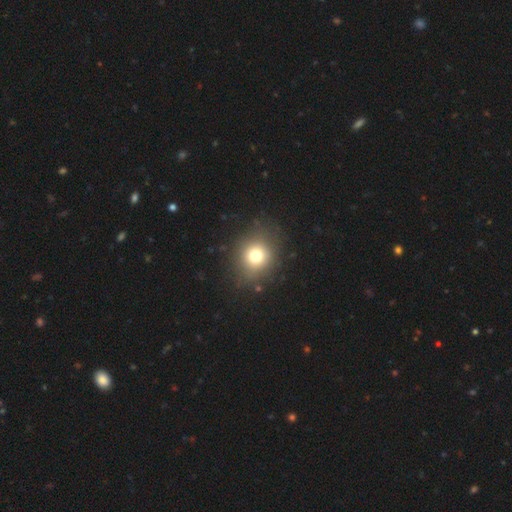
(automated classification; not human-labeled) The model was most divided on "how rounded": round: 76%, in between: 23%, cigar-shaped: 1%. More confident: merging — none (81%); smooth or featured — smooth (73%).